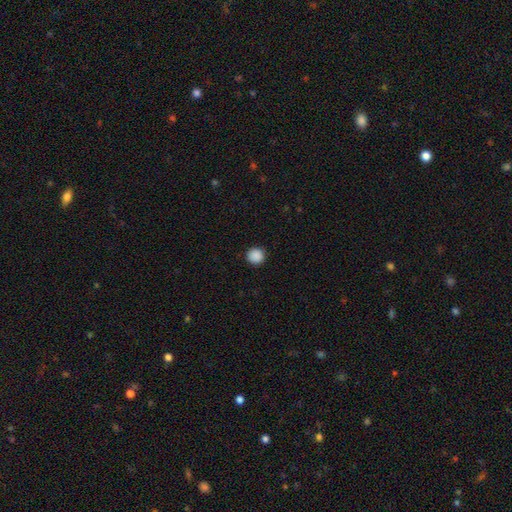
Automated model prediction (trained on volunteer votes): smooth-or-featured: smooth: 89% | star or artifact: 9% | featured or disk: 2%
  how-rounded: round: 95% | in between: 4% | cigar-shaped: 1%
  merging: none: 92% | minor disturbance: 5% | major disturbance: 2% | merger: 1%